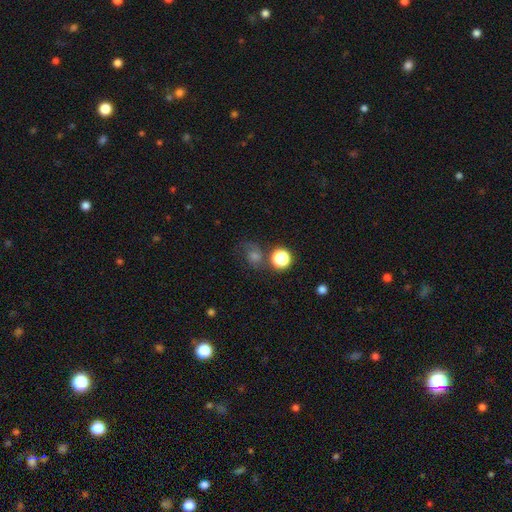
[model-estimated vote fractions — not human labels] Smooth or featured: smooth — 48% (star or artifact — 31%)
Merging: none — 61% (minor disturbance — 17%)